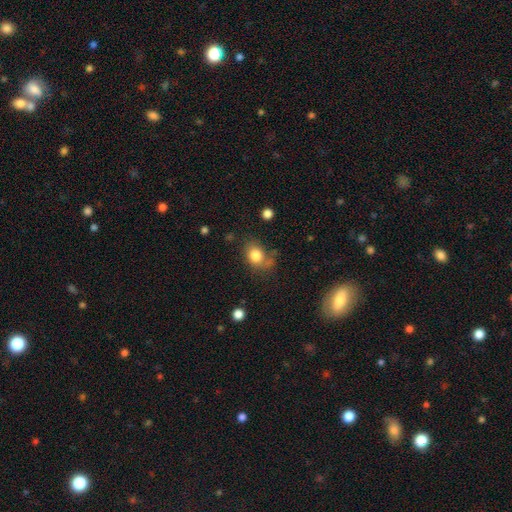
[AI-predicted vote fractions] A smooth galaxy with no disk features (81%) that is in between round and cigar-shaped (54%).

Vote fractions:
- Smooth or featured? smooth: 81% / star or artifact: 10% / featured or disk: 9%
- How rounded? in between: 54% / round: 45% / cigar-shaped: 1%
- Merging? none: 59% / minor disturbance: 24% / major disturbance: 10% / merger: 7%